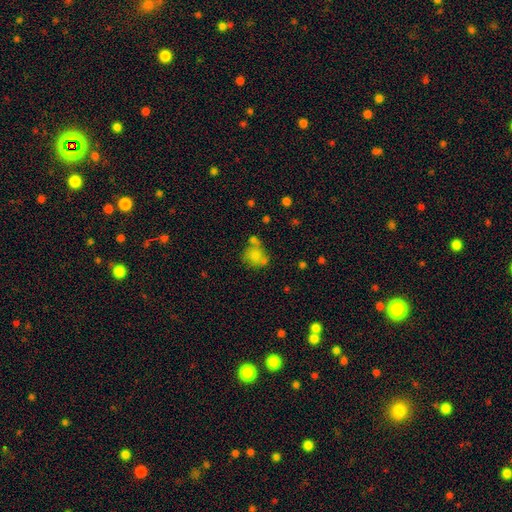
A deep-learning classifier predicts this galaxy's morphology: Smooth or featured?
  - smooth: 70% *
  - featured or disk: 18%
  - star or artifact: 12%
How rounded?
  - round: 70% *
  - in between: 29%
  - cigar-shaped: 1%
Merging?
  - none: 42% *
  - merger: 30%
  - minor disturbance: 17%
  - major disturbance: 11%